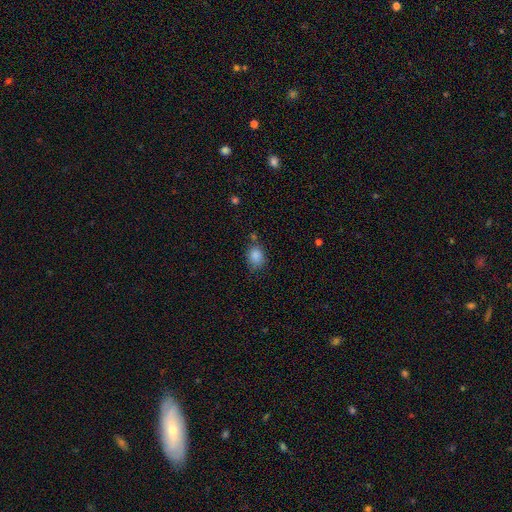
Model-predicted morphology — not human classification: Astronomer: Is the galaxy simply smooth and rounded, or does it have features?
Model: smooth — 86%.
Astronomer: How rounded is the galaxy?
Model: in between — 54% (runner-up: round, 45%).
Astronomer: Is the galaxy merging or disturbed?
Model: none — 65%.